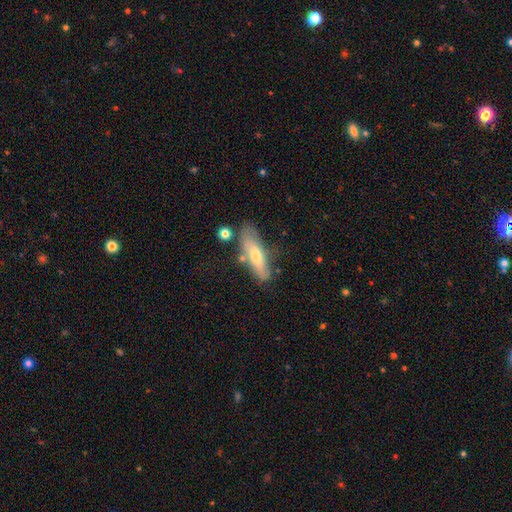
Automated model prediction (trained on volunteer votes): smooth 50%, featured or disk 42%, star or artifact 8%. Down the decision tree: how rounded — cigar-shaped (60%); merging — none (62%).